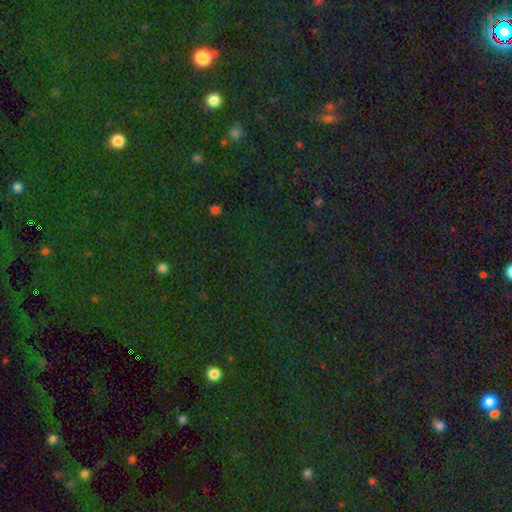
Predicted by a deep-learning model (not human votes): This is likely a star or artifact rather than a galaxy (77%).